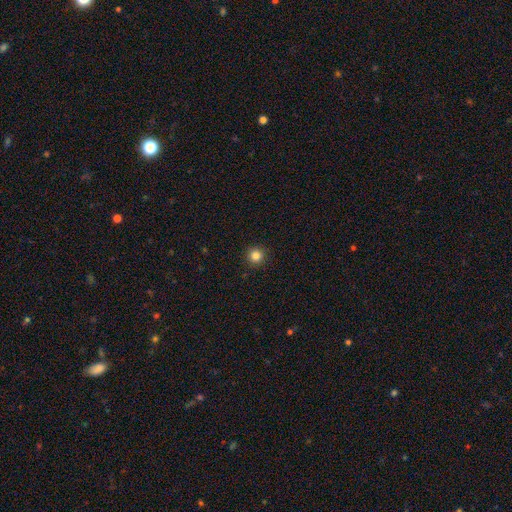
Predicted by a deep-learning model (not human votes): smooth 84%, star or artifact 12%, featured or disk 4%. Down the decision tree: how rounded — round (96%); merging — none (93%).